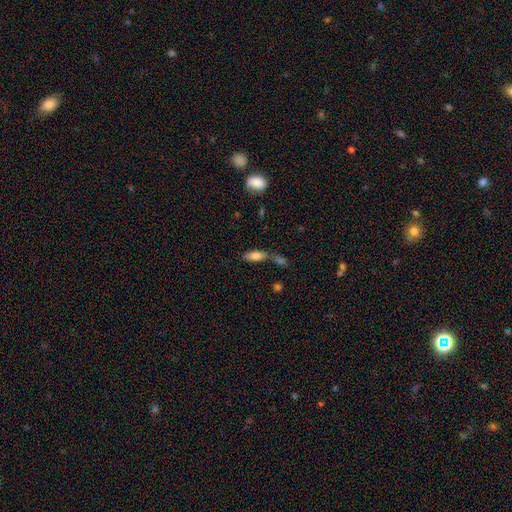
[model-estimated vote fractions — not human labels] This is likely a smooth galaxy (77%). How rounded: likely in between (73%). Merging: marginally none (41%).